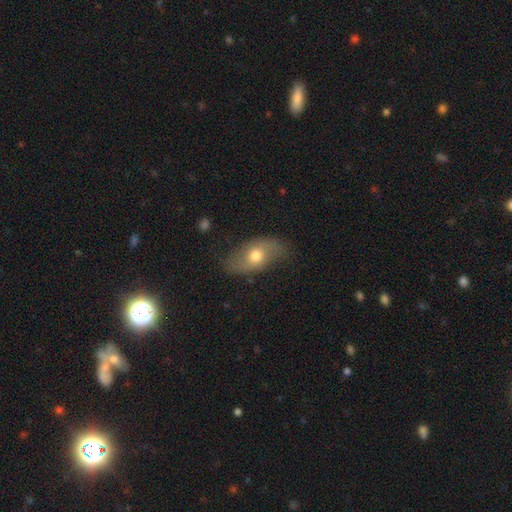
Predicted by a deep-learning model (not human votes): smooth 55%, featured or disk 37%, star or artifact 8%. Down the decision tree: how rounded — in between (86%); merging — none (73%).